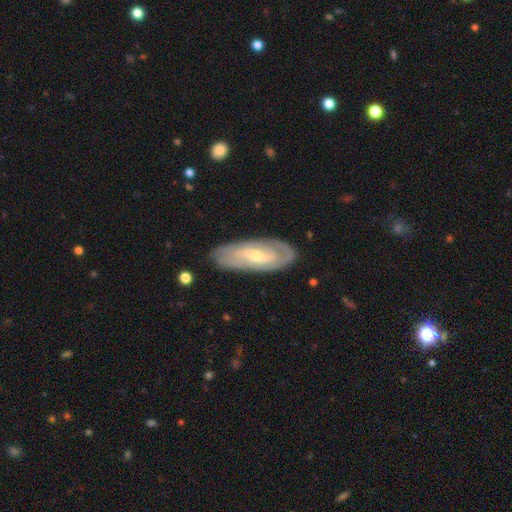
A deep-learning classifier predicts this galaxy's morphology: Smooth or featured: featured or disk — 72% (smooth — 22%)
Edge-on disk: no — 88% (yes — 12%)
Bar: weak — 47% (no — 29%)
Spiral arms: yes — 81% (no — 19%)
Spiral winding: tight — 55% (medium — 32%)
Spiral arm count: 2 — 49% (can't tell — 36%)
Bulge size: small — 53% (moderate — 42%)
Merging: none — 80% (minor disturbance — 14%)